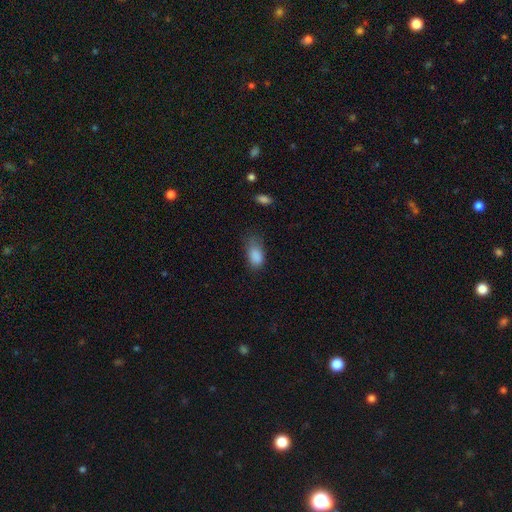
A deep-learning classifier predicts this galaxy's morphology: Smooth or featured? smooth (86%)
How rounded? in between (90%)
Merging? none (45%)